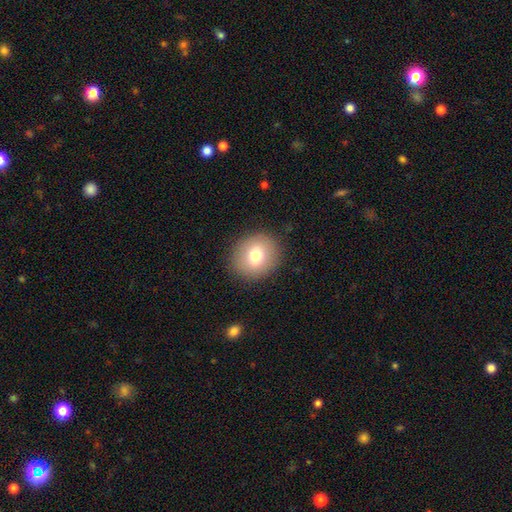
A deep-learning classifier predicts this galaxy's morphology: smooth-or-featured: smooth: 74% | featured or disk: 16% | star or artifact: 9%
  how-rounded: round: 80% | in between: 20% | cigar-shaped: 1%
  merging: none: 89% | minor disturbance: 8% | major disturbance: 3% | merger: 1%